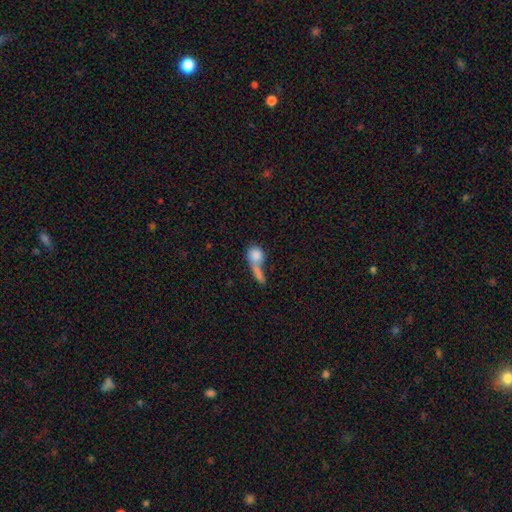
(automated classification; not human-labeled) Smooth or featured?
  - smooth: 76% *
  - featured or disk: 15%
  - star or artifact: 8%
How rounded?
  - round: 62% *
  - in between: 29%
  - cigar-shaped: 9%
Merging?
  - merger: 48% *
  - none: 24%
  - major disturbance: 17%
  - minor disturbance: 10%